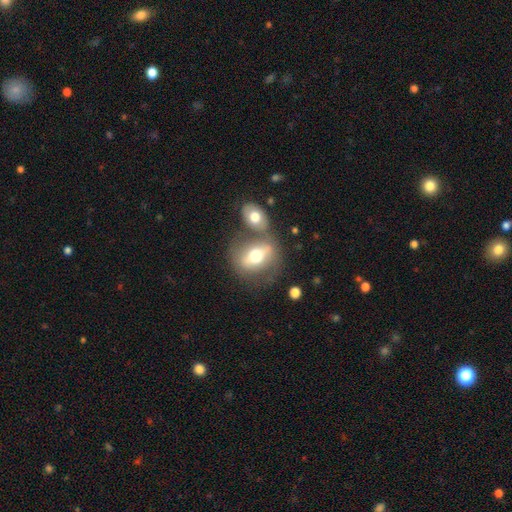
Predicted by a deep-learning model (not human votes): This is possibly a smooth galaxy (47%). Merging: possibly none (48%).